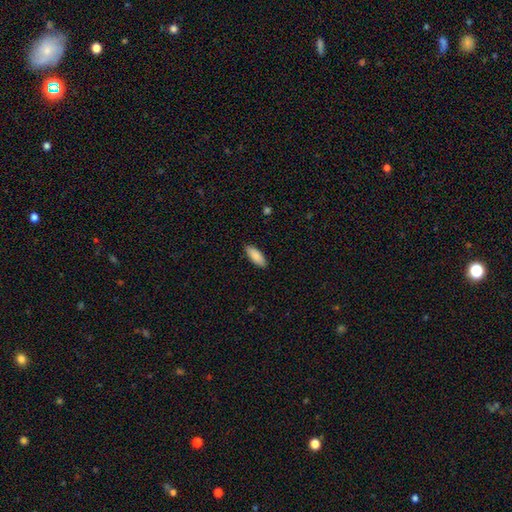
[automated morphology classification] Smooth or featured?
  - smooth: 88% *
  - featured or disk: 6%
  - star or artifact: 5%
How rounded?
  - in between: 75% *
  - cigar-shaped: 23%
  - round: 2%
Merging?
  - none: 89% *
  - minor disturbance: 9%
  - major disturbance: 2%
  - merger: 1%